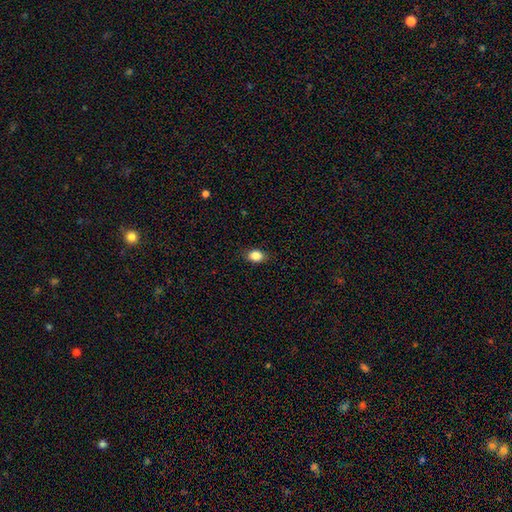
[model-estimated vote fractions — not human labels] Smooth or featured: smooth — 85% (star or artifact — 9%)
How rounded: in between — 72% (round — 27%)
Merging: none — 86% (minor disturbance — 11%)